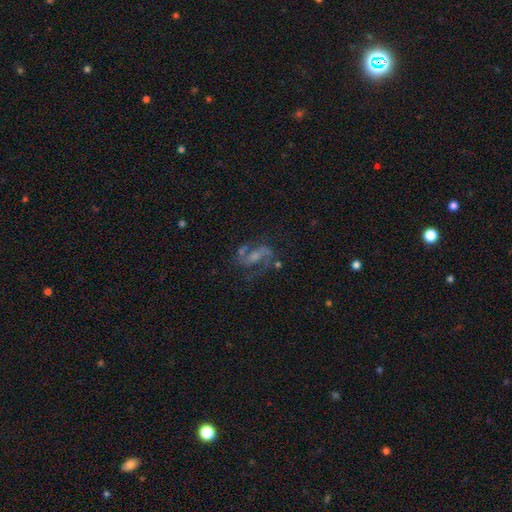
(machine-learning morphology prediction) Smooth or featured?
  - featured or disk: 78% *
  - smooth: 11%
  - star or artifact: 11%
Edge-on disk?
  - no: 96% *
  - yes: 4%
Bar?
  - weak: 43% *
  - no: 30%
  - strong: 27%
Spiral arms?
  - yes: 92% *
  - no: 8%
Spiral winding?
  - medium: 46% *
  - loose: 43%
  - tight: 11%
Spiral arm count?
  - 2: 89% *
  - can't tell: 4%
  - 1: 4%
  - 3: 2%
  - 4: 1%
  - more than 4: 1%
Bulge size?
  - small: 42% *
  - moderate: 27%
  - none: 24%
  - large: 5%
  - dominant: 2%
Merging?
  - none: 53% *
  - major disturbance: 19%
  - minor disturbance: 18%
  - merger: 10%